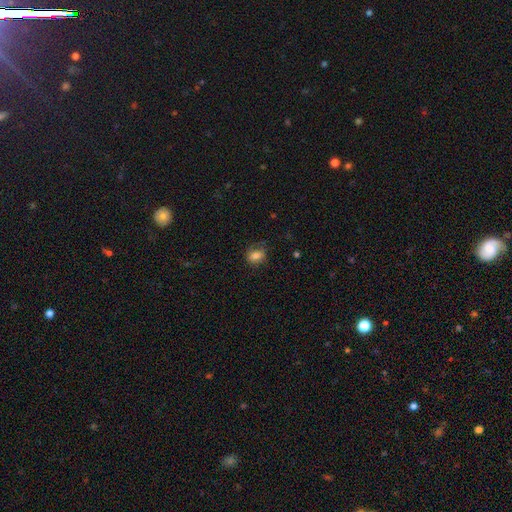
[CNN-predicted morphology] Smooth or featured? Predicted: smooth (p=0.77). How rounded? Predicted: round (p=0.52). Merging? Predicted: none (p=0.69).